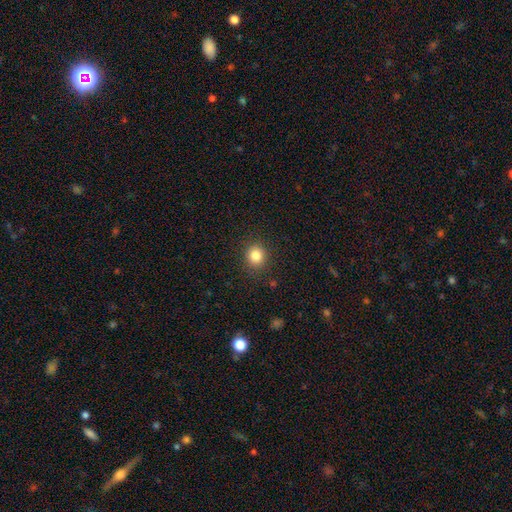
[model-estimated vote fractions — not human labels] Smooth or featured? smooth (84%)
How rounded? round (85%)
Merging? none (90%)